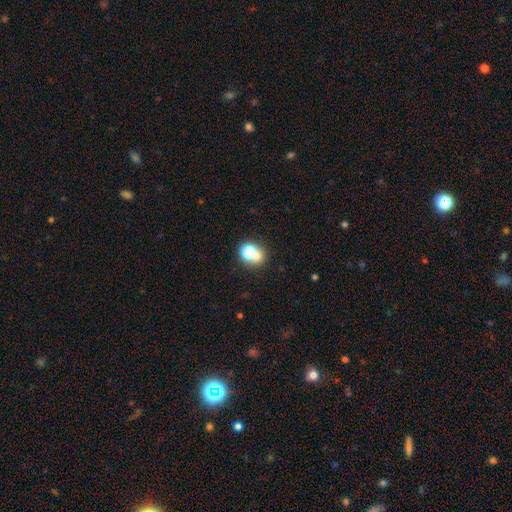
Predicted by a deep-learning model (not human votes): Morphology: type=smooth (63%); roundness=round (70%); merging=none (49%).